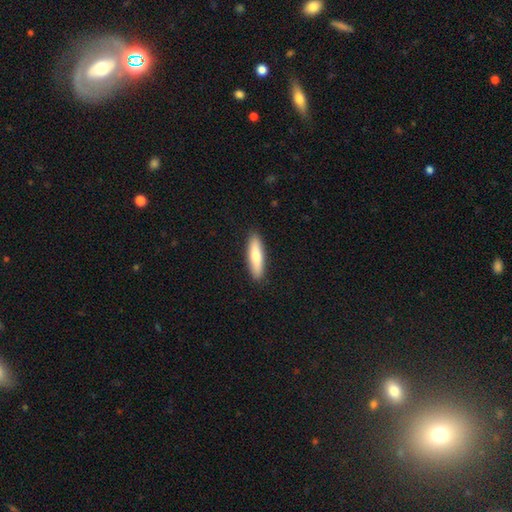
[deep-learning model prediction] Smooth or featured?
  - smooth: 74% *
  - featured or disk: 21%
  - star or artifact: 5%
How rounded?
  - cigar-shaped: 73% *
  - in between: 25%
  - round: 2%
Merging?
  - none: 91% *
  - minor disturbance: 7%
  - major disturbance: 1%
  - merger: 1%